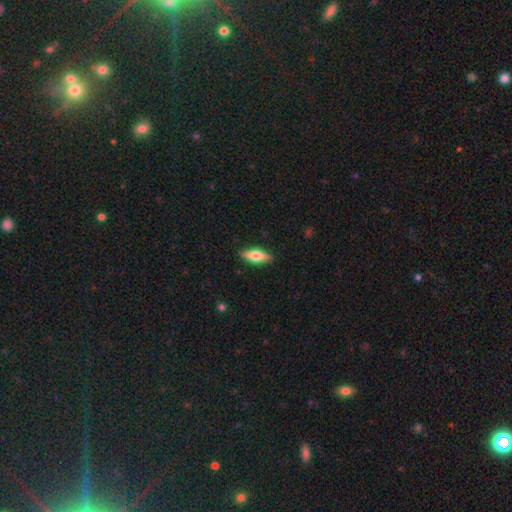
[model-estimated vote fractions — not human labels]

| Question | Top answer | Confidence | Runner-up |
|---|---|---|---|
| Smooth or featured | smooth | 57% | featured or disk (37%) |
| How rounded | in between | 60% | cigar-shaped (37%) |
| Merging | none | 89% | minor disturbance (9%) |